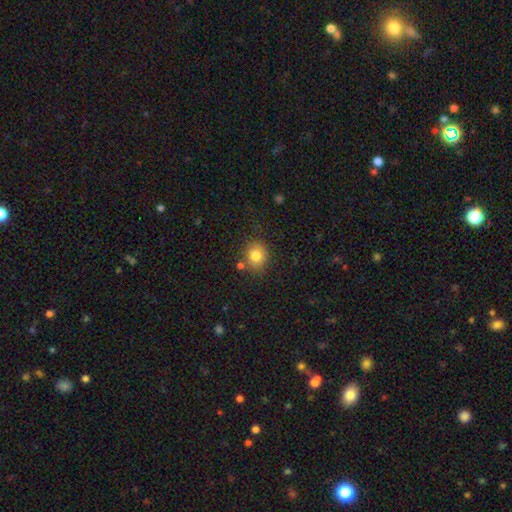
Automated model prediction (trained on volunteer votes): This appears to be a smooth galaxy with no disk features (80%) that is round (76%). Merging: none (79%).